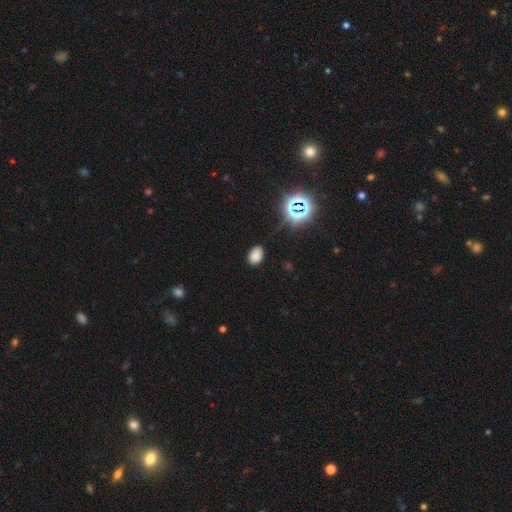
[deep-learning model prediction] Smooth or featured: smooth — 75% (star or artifact — 19%)
How rounded: in between — 82% (round — 17%)
Merging: none — 79% (minor disturbance — 16%)